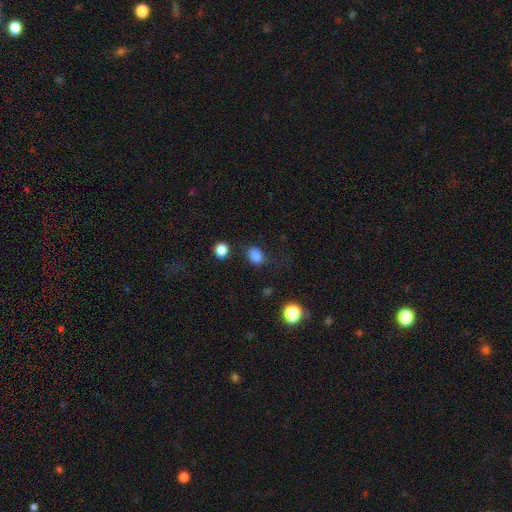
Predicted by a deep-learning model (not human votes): smooth 83%, star or artifact 12%, featured or disk 4%. Down the decision tree: how rounded — in between (61%); merging — none (67%).